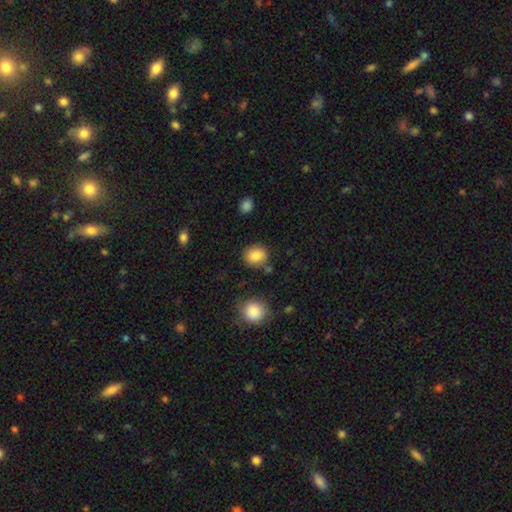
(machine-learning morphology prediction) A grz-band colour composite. It shows a smooth galaxy with no disk features (83%) that is round (67%). Merging: none (77%).